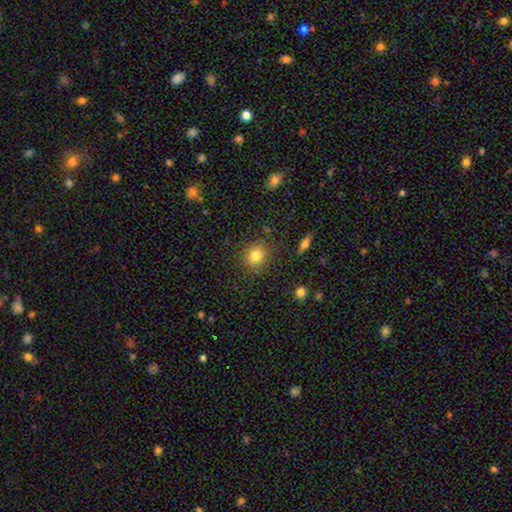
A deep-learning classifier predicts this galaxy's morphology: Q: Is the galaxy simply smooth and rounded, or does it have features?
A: smooth — 81%.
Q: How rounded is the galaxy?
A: round — 84%.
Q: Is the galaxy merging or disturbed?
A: none — 84%.